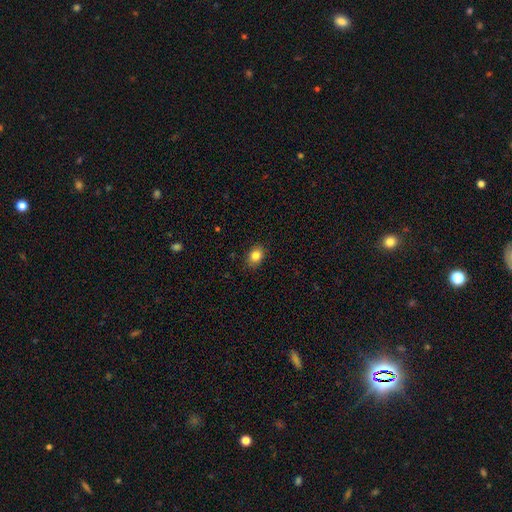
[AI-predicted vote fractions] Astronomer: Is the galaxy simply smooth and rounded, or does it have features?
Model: smooth — 84%.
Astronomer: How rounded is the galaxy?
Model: in between — 58% (runner-up: round, 41%).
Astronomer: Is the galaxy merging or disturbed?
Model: none — 88%.